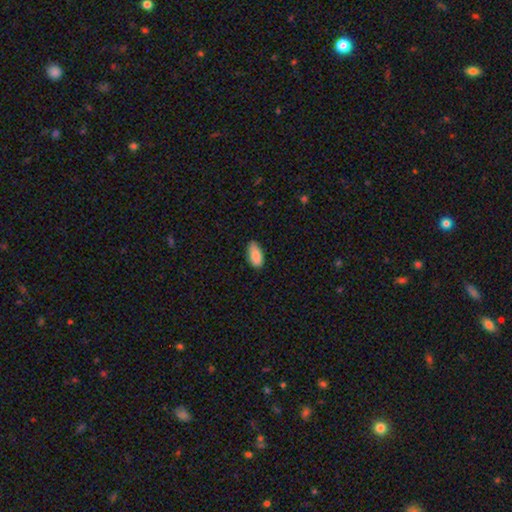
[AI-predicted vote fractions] Overall: smooth (88%). How rounded: in between (92%). Merging: none (80%).